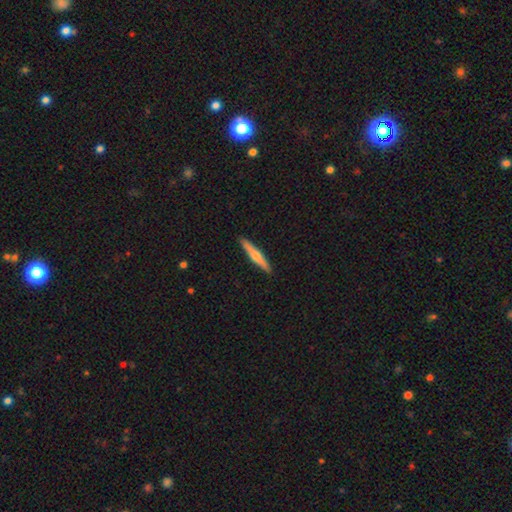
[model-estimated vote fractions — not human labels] Overall: featured or disk (55%; smooth 40%). Edge-on disk: yes (97%). Edge-on bulge: rounded (86%). Merging: none (92%).